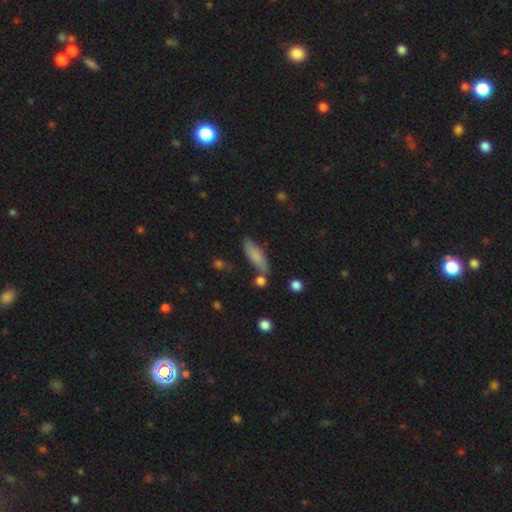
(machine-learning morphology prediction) Smooth or featured? smooth (78%)
How rounded? cigar-shaped (56%)
Merging? none (72%)